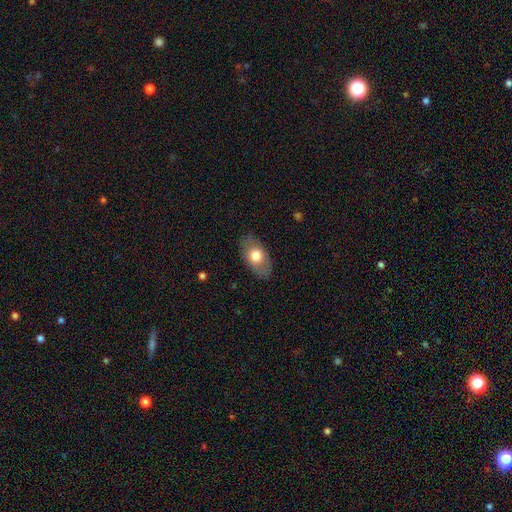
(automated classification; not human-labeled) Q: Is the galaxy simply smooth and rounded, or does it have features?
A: smooth — 69%.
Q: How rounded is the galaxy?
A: in between — 90%.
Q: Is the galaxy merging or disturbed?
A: none — 84%.